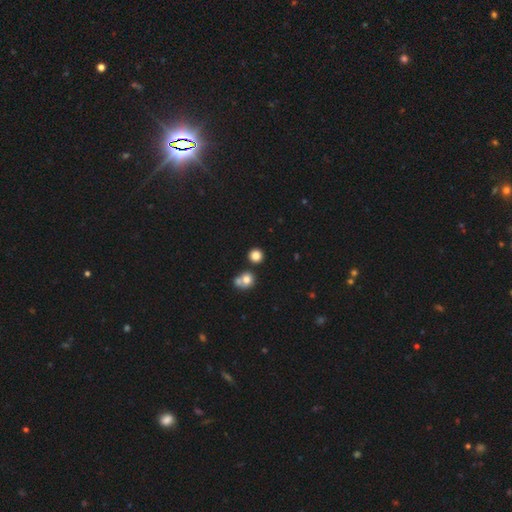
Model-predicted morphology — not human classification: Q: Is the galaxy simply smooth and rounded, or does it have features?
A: smooth — 82%.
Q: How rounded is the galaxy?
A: round — 91%.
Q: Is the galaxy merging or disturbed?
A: none — 76%.